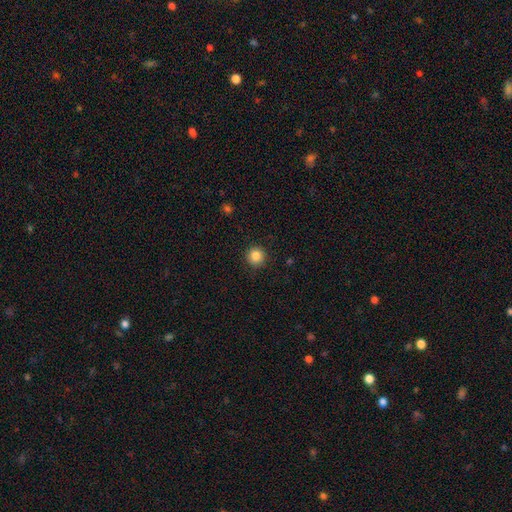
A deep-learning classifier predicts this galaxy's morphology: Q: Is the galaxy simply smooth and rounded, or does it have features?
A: smooth — 85%.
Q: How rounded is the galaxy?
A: round — 95%.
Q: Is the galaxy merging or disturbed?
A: none — 92%.